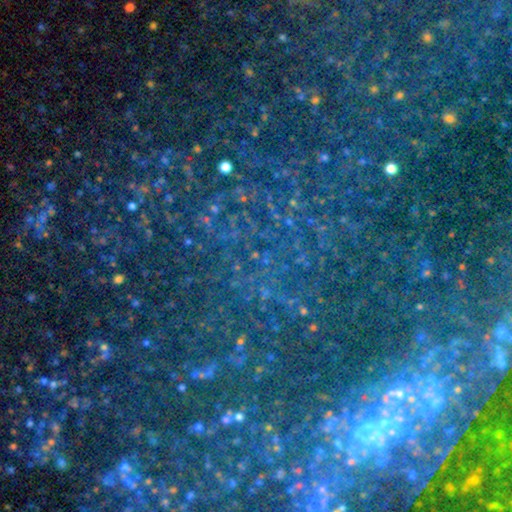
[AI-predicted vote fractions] Q: Smooth or featured?
A: star or artifact (79%); runner-up: smooth (12%)